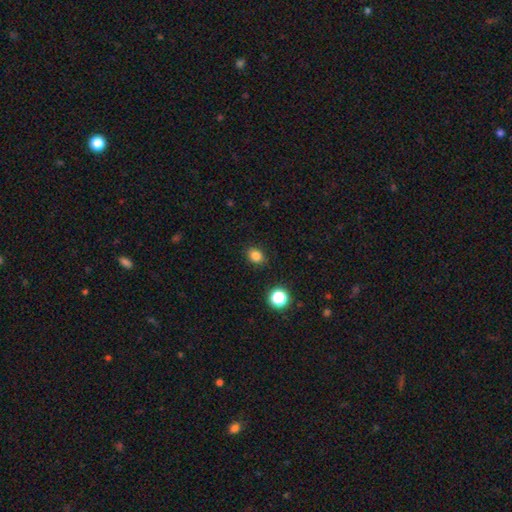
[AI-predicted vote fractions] Overall: smooth (82%). How rounded: in between (50%; round 49%). Merging: none (88%).